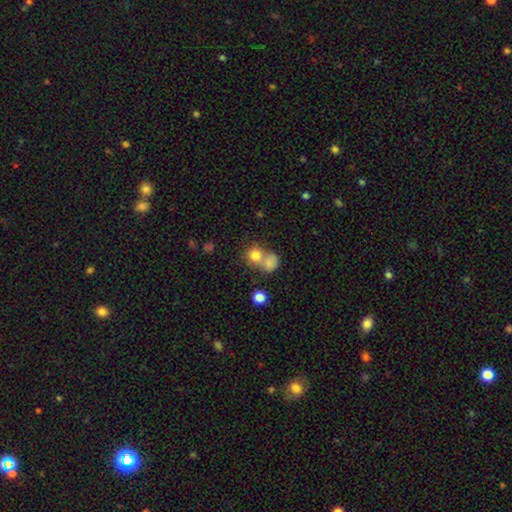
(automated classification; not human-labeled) Morphology: type=smooth (79%); roundness=round (82%); merging=merger (49%).